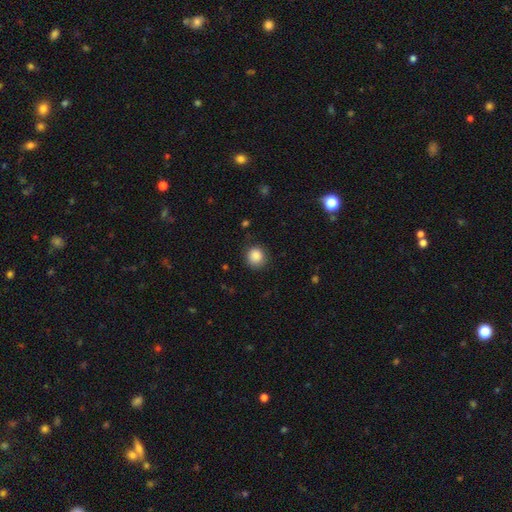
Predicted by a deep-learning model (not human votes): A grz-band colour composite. It shows a smooth galaxy with no disk features (87%) that is round (89%). Merging: none (85%).